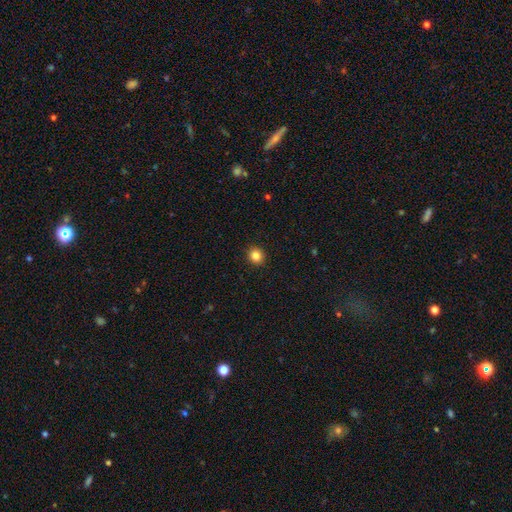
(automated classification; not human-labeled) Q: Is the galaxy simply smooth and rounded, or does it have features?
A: smooth — 84%.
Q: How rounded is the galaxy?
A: round — 85%.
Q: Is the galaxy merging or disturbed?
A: none — 93%.